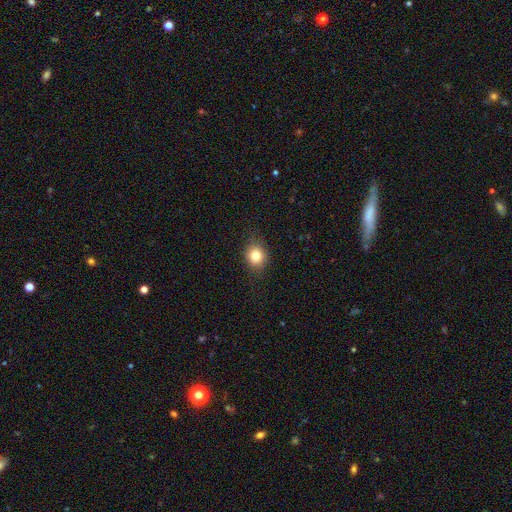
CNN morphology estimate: This is clearly a smooth galaxy (81%). How rounded: likely round (71%). Merging: clearly none (83%).